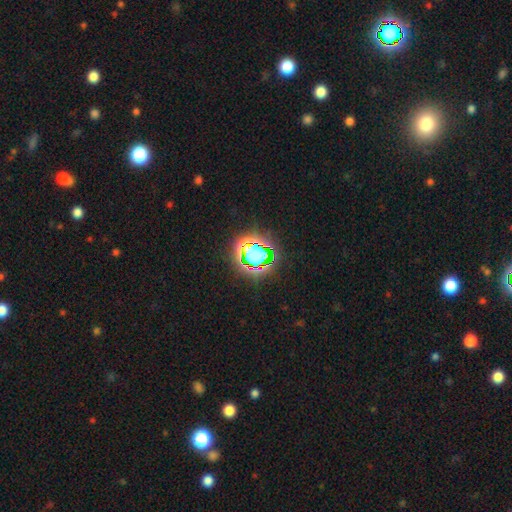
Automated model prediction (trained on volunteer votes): This appears to be a star or artifact, not a galaxy (61%).